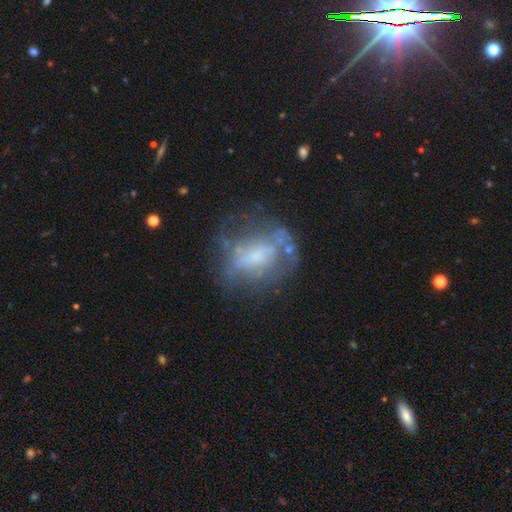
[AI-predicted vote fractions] Smooth or featured? featured or disk (57%)
Edge-on disk? no (94%)
Bar? no (59%)
Spiral arms? no (74%)
Bulge size? small (38%)
Merging? none (50%)